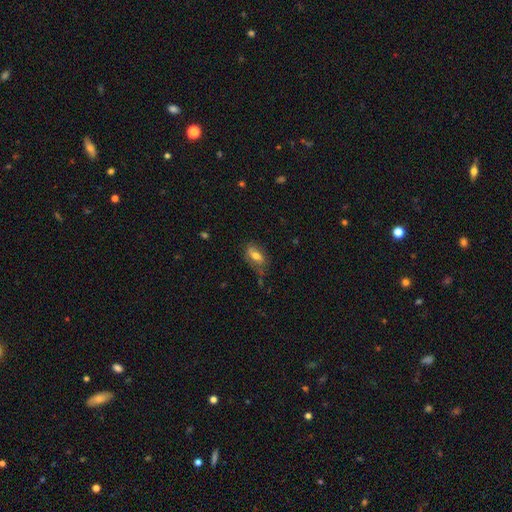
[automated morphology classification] This is likely a smooth galaxy (63%). How rounded: clearly in between (86%). Merging: possibly none (55%).